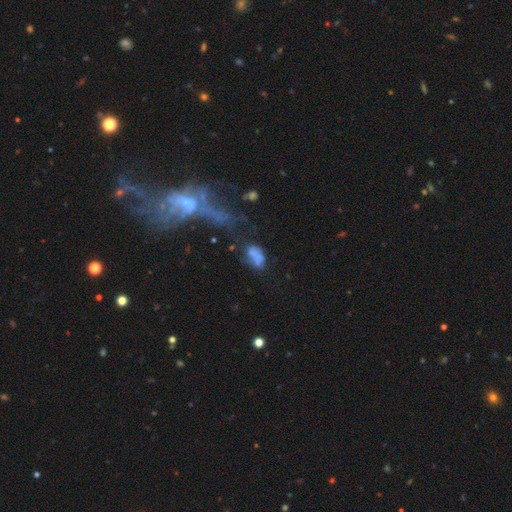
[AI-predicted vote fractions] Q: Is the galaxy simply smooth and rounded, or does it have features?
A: smooth — 57%.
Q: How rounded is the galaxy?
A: in between — 87%.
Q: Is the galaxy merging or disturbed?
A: none — 29%.